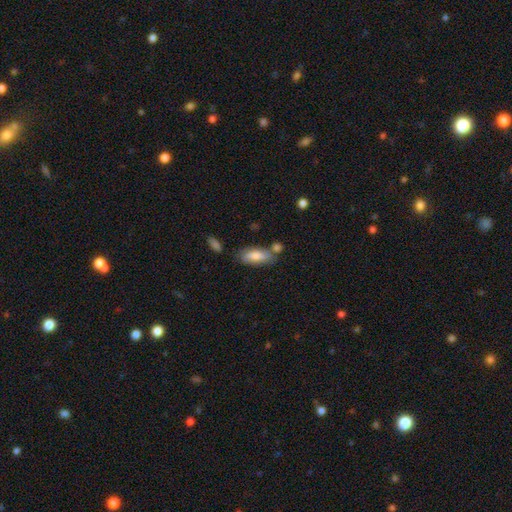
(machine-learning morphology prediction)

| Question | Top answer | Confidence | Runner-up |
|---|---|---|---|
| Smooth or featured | smooth | 74% | featured or disk (19%) |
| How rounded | in between | 70% | cigar-shaped (28%) |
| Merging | none | 65% | minor disturbance (18%) |